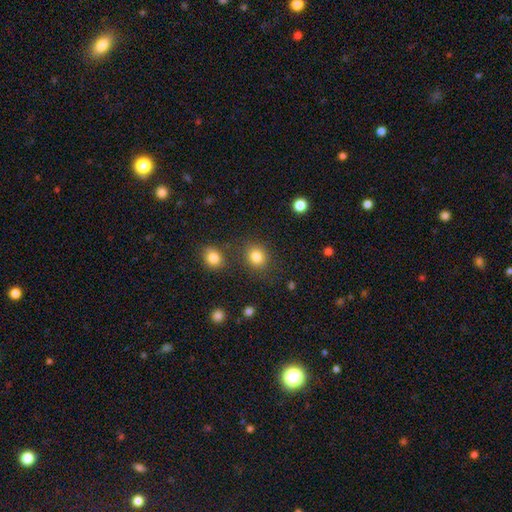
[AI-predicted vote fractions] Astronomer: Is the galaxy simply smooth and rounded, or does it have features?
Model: smooth — 83%.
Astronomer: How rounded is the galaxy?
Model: round — 75%.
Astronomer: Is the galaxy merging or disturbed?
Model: none — 80%.